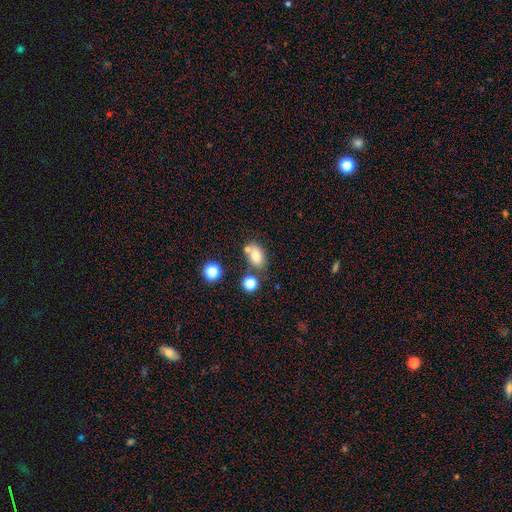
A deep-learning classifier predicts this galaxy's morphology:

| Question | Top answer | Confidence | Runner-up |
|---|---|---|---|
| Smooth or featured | smooth | 77% | star or artifact (12%) |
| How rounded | in between | 80% | round (18%) |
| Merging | none | 60% | merger (20%) |